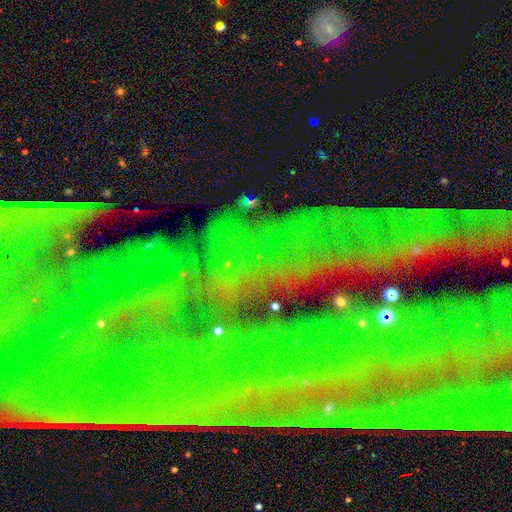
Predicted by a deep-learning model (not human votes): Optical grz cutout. It shows a star or artifact, not a galaxy (81%).